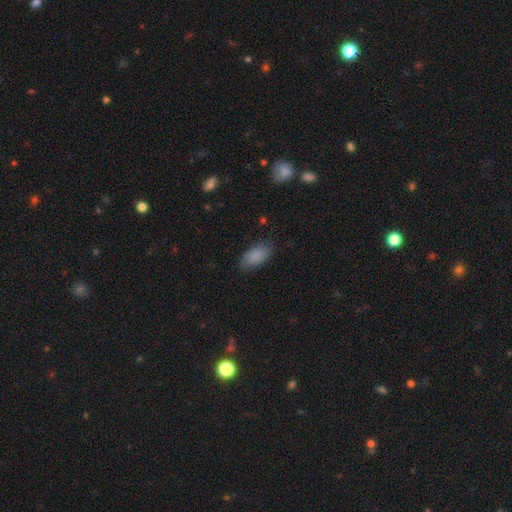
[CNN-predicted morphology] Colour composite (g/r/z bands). It shows a smooth galaxy with no disk features (88%) that is in between round and cigar-shaped (92%). Merging: none (80%).